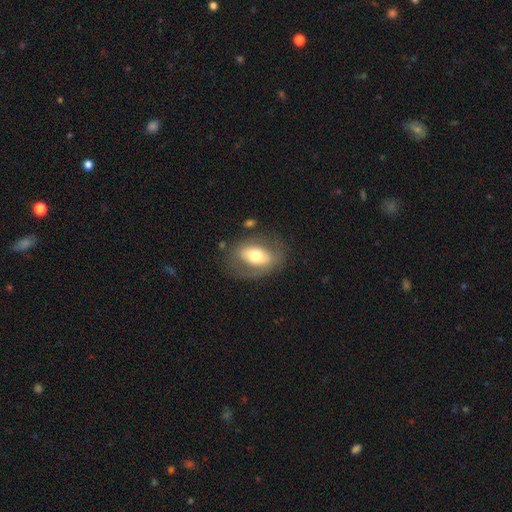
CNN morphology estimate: Smooth or featured? smooth (51%)
How rounded? in between (84%)
Merging? none (71%)